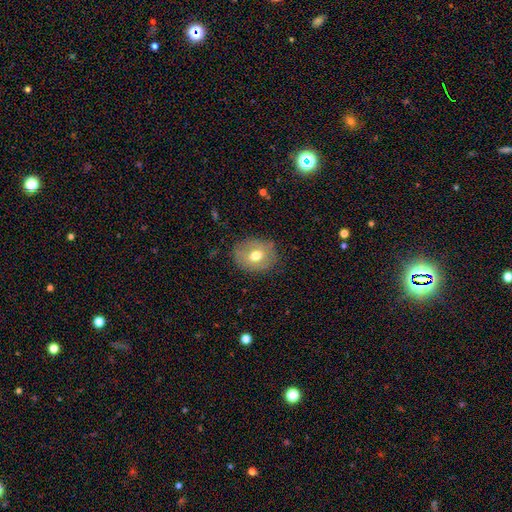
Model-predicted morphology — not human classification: A smooth galaxy with no disk features (62%) that is round (58%). Merging: none (79%).